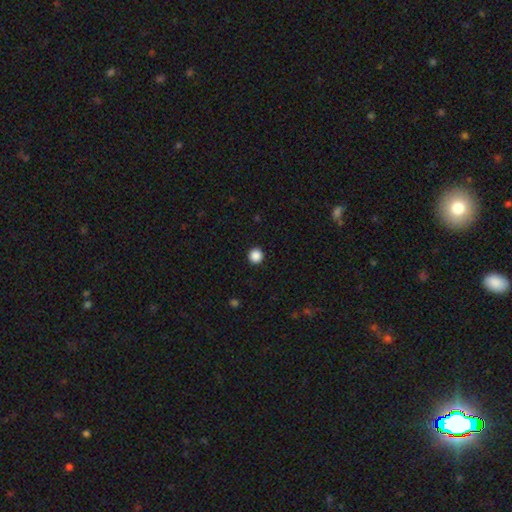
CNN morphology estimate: smooth 88%, star or artifact 10%, featured or disk 2%. Down the decision tree: how rounded — round (96%); merging — none (94%).